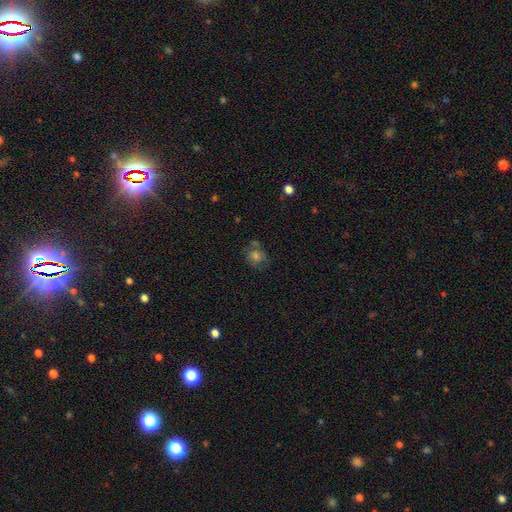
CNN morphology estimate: A smooth galaxy with no disk features (53%) that is round (78%). Merging: none (64%).